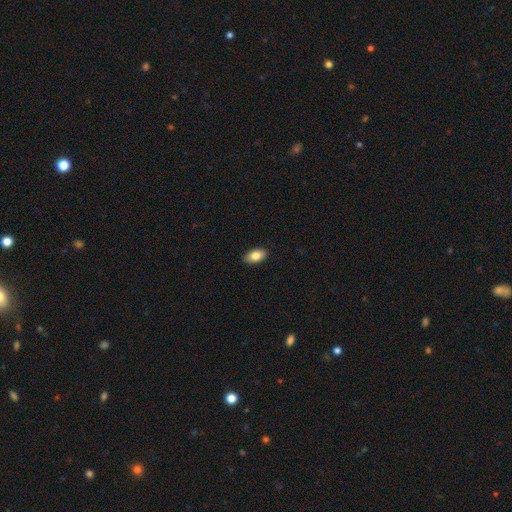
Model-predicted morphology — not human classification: smooth-or-featured: smooth: 85% | featured or disk: 8% | star or artifact: 7%
  how-rounded: in between: 93% | round: 4% | cigar-shaped: 2%
  merging: none: 90% | minor disturbance: 8% | major disturbance: 2% | merger: 1%